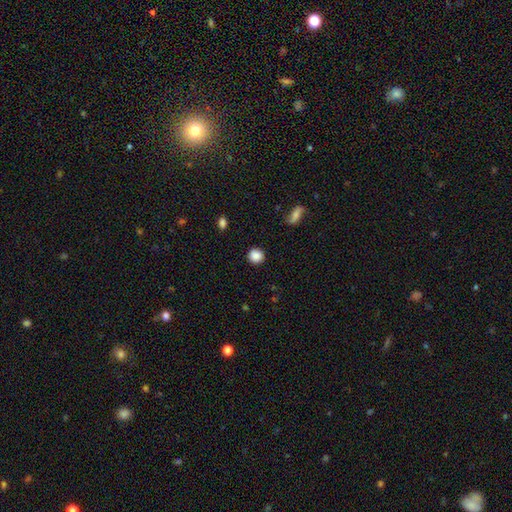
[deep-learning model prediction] smooth-or-featured: smooth: 87% | star or artifact: 9% | featured or disk: 4%
  how-rounded: round: 89% | in between: 10% | cigar-shaped: 1%
  merging: none: 89% | minor disturbance: 8% | major disturbance: 2% | merger: 1%